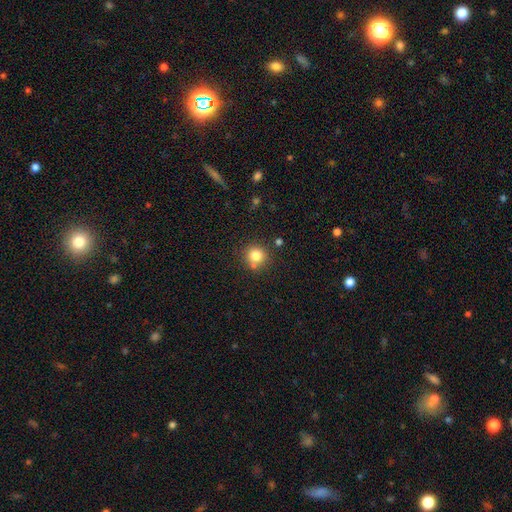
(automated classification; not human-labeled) smooth 80%, star or artifact 12%, featured or disk 8%. Down the decision tree: how rounded — round (92%); merging — none (74%).